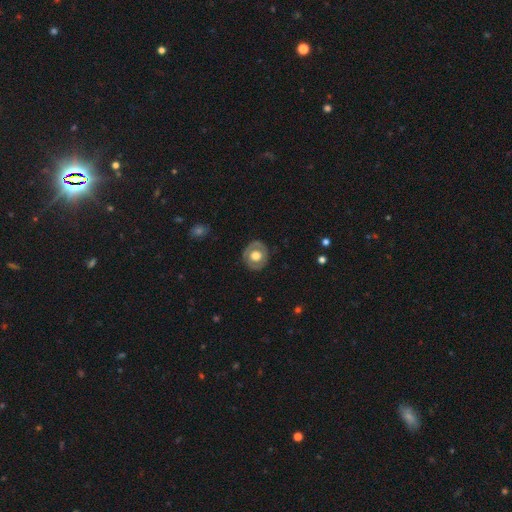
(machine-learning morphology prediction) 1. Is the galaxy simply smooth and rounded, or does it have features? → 49% smooth, 45% featured or disk, 6% star or artifact.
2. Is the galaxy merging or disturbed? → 84% none, 12% minor disturbance, 4% major disturbance, 1% merger.